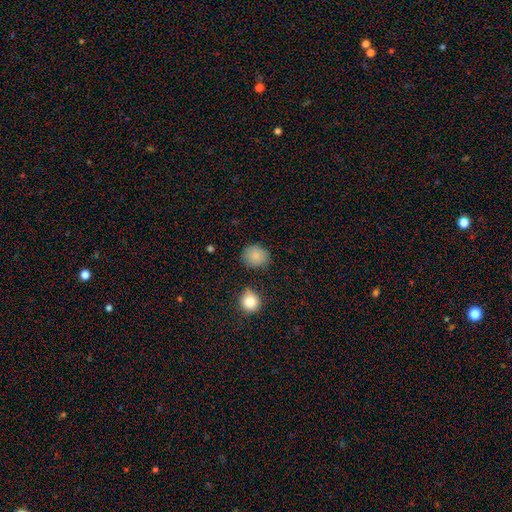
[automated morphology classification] Smooth or featured: smooth — 86% (star or artifact — 9%)
How rounded: round — 80% (in between — 19%)
Merging: none — 83% (minor disturbance — 12%)